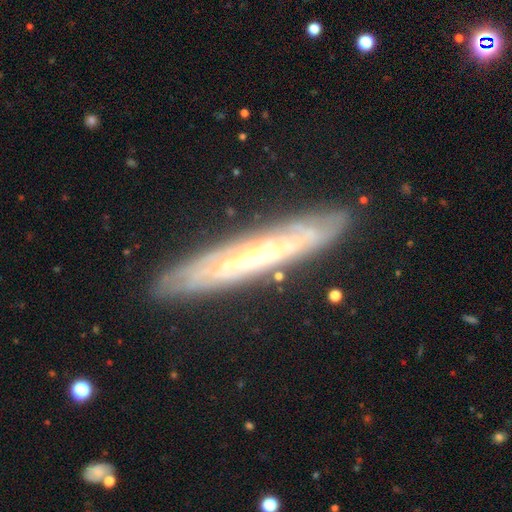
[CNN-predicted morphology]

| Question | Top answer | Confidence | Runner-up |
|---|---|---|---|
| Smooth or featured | featured or disk | 76% | smooth (17%) |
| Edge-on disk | yes | 57% | no (43%) |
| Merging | none | 84% | minor disturbance (12%) |